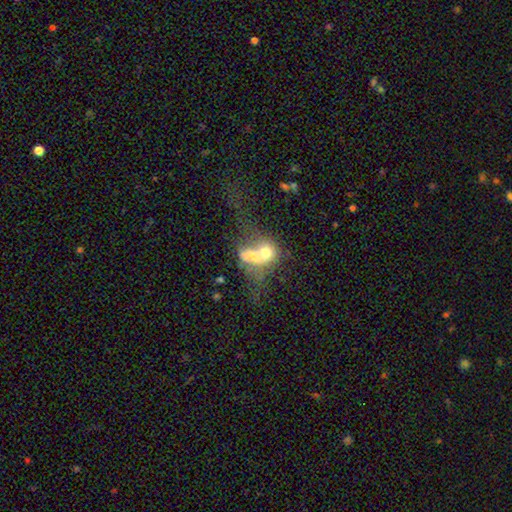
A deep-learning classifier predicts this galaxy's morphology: This appears to be a smooth galaxy with no disk features (51%) that is in between round and cigar-shaped (54%). Merging: merger (72%).